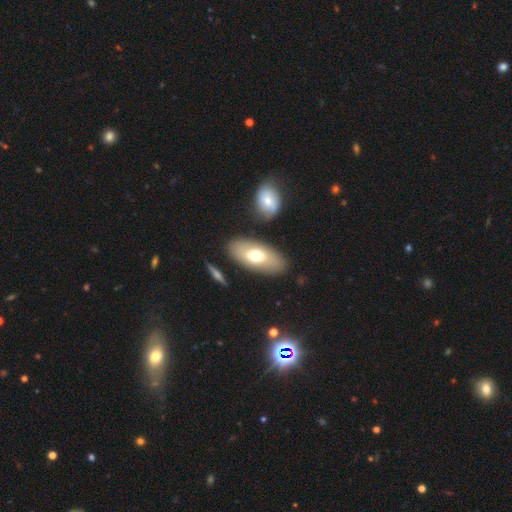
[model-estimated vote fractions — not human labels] Smooth or featured? smooth (65%)
How rounded? in between (89%)
Merging? none (81%)